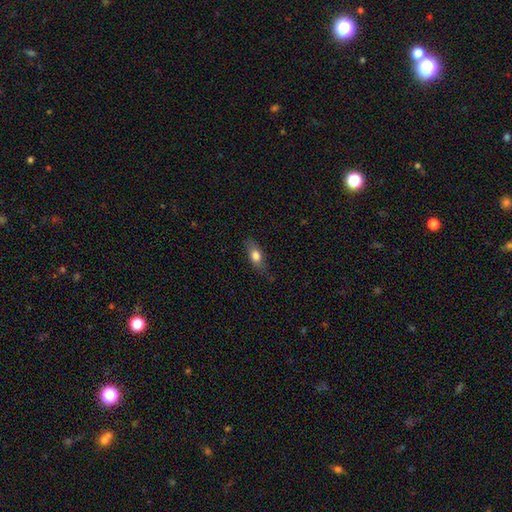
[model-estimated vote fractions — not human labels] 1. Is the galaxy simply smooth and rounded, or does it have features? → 73% smooth, 19% featured or disk, 8% star or artifact.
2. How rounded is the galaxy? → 73% in between, 20% cigar-shaped, 7% round.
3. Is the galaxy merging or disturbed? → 72% none, 21% minor disturbance, 5% major disturbance, 1% merger.